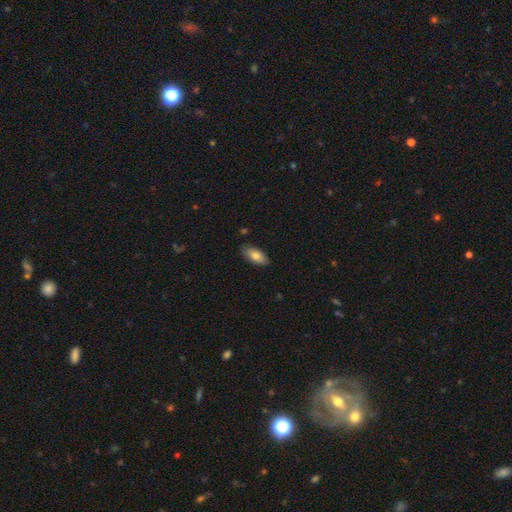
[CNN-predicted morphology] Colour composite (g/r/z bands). It shows a smooth galaxy with no disk features (78%) that is in between round and cigar-shaped (88%). Merging: none (84%).